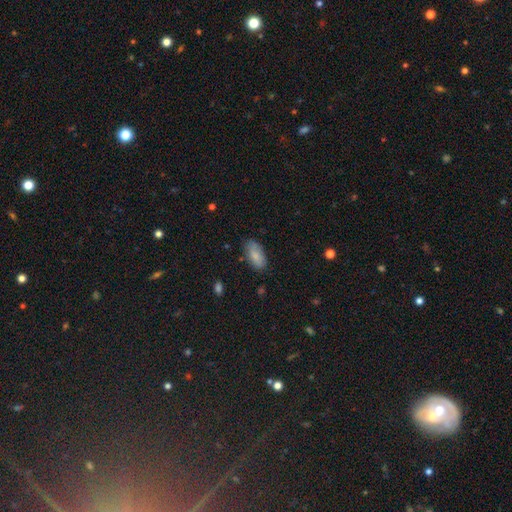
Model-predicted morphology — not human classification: Q: Smooth or featured?
A: smooth (82%); runner-up: featured or disk (12%)
Q: How rounded?
A: in between (91%); runner-up: cigar-shaped (7%)
Q: Merging?
A: none (76%); runner-up: minor disturbance (18%)